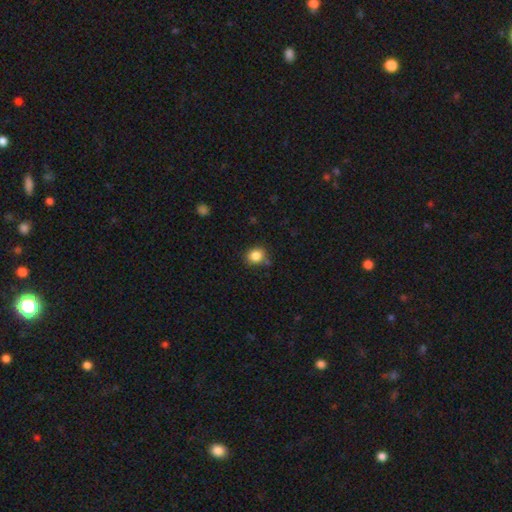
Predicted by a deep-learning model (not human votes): This appears to be a smooth galaxy with no disk features (85%) that is round (74%). Merging: none (78%).